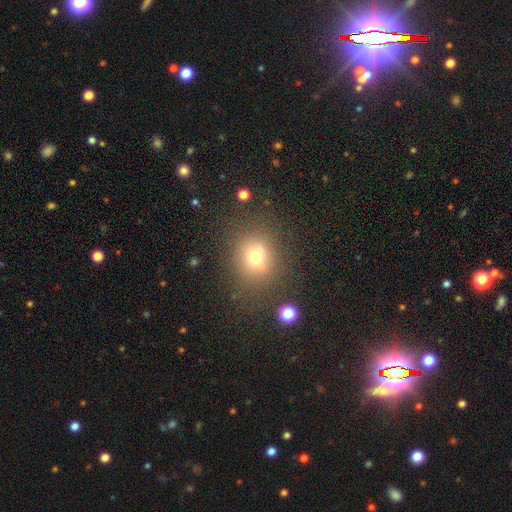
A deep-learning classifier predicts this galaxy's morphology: Smooth or featured? Predicted: smooth (p=0.69). How rounded? Predicted: round (p=0.74). Merging? Predicted: none (p=0.78).